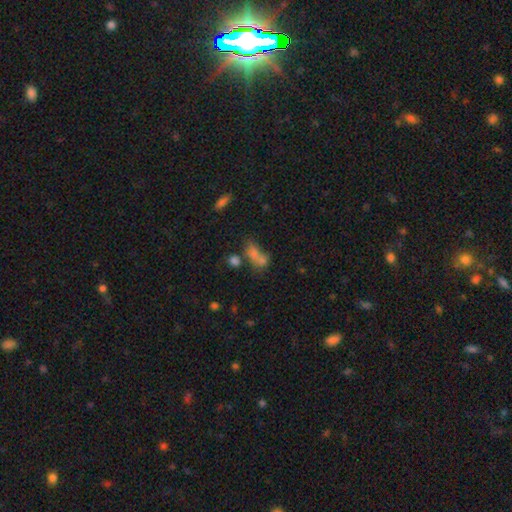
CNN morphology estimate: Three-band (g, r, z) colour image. It shows a smooth galaxy with no disk features (68%) that is in between round and cigar-shaped (69%). Merging: merger (51%).